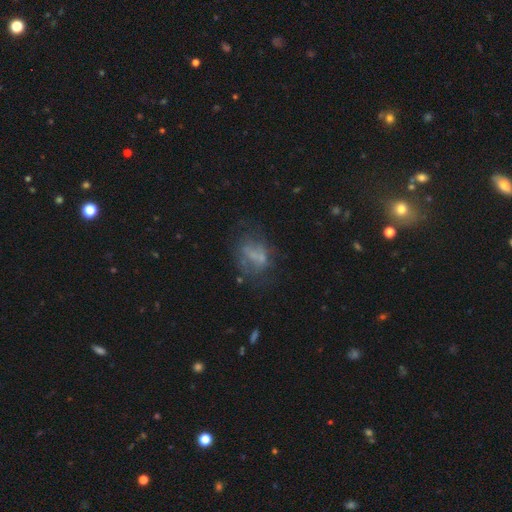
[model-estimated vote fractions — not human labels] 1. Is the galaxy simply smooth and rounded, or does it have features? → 45% featured or disk, 39% smooth, 16% star or artifact.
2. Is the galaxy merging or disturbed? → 45% none, 25% major disturbance, 21% minor disturbance, 9% merger.